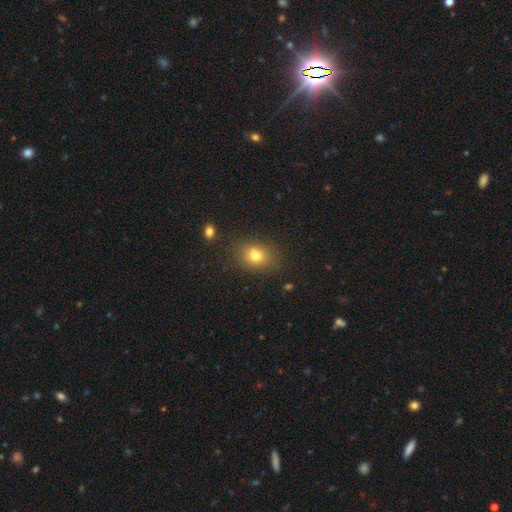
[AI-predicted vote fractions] A smooth galaxy with no disk features (75%) that is round (50%).

Vote fractions:
- Smooth or featured? smooth: 75% / star or artifact: 14% / featured or disk: 11%
- How rounded? round: 50% / in between: 49% / cigar-shaped: 1%
- Merging? none: 76% / minor disturbance: 15% / merger: 5% / major disturbance: 4%